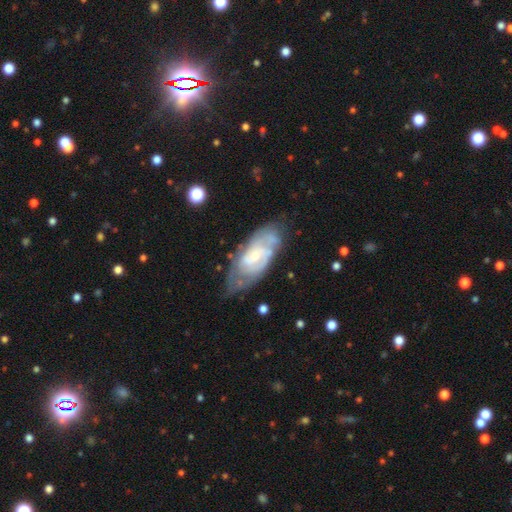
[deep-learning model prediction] smooth-or-featured: featured or disk: 75% | smooth: 19% | star or artifact: 6%
  disk-edge-on: no: 92% | yes: 8%
    bar: no: 54% | weak: 38% | strong: 8%
    has-spiral-arms: yes: 86% | no: 14%
      spiral-winding: tight: 56% | medium: 35% | loose: 9%
      spiral-arm-count: can't tell: 43% | 2: 37% | 3: 10% | 1: 4% | 4: 4% | more than 4: 2%
    bulge-size: small: 55% | moderate: 28% | none: 11% | large: 4% | dominant: 1%
  merging: none: 57% | minor disturbance: 27% | major disturbance: 12% | merger: 3%